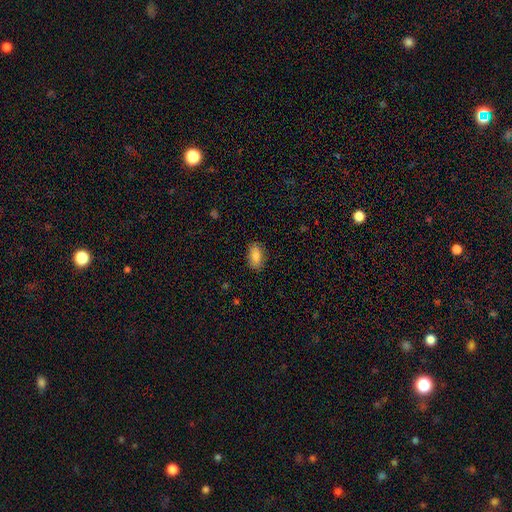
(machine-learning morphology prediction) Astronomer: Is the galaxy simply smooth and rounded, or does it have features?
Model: smooth — 82%.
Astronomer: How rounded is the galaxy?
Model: in between — 91%.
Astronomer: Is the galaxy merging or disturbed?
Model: none — 87%.